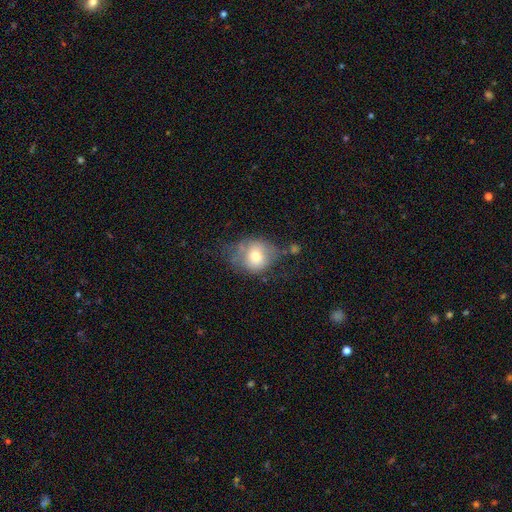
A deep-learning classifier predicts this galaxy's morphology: type=smooth (68%); roundness=round (67%); merging=none (42%).